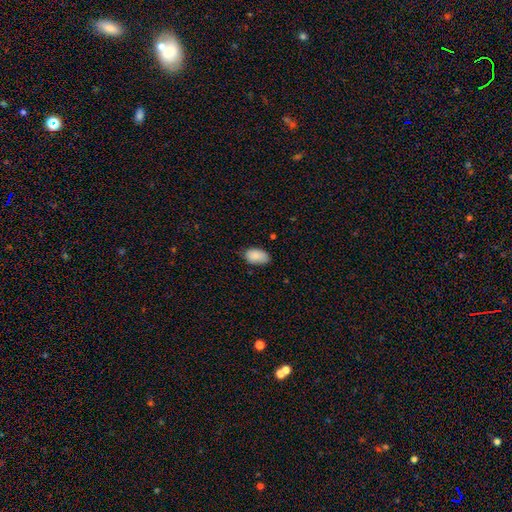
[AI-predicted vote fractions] A smooth galaxy with no disk features (88%) that is in between round and cigar-shaped (93%).

Vote fractions:
- Smooth or featured? smooth: 88% / star or artifact: 7% / featured or disk: 5%
- How rounded? in between: 93% / round: 6% / cigar-shaped: 1%
- Merging? none: 69% / minor disturbance: 26% / major disturbance: 4% / merger: 1%